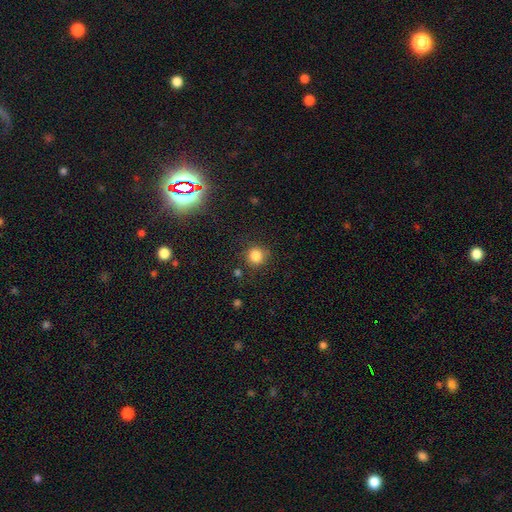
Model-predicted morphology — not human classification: Smooth or featured? smooth (83%)
How rounded? round (92%)
Merging? none (83%)